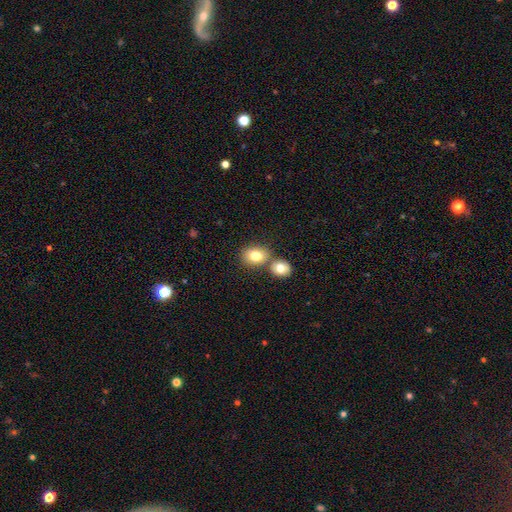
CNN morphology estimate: smooth 79%, featured or disk 10%, star or artifact 10%. Down the decision tree: how rounded — in between (50%); merging — none (56%).